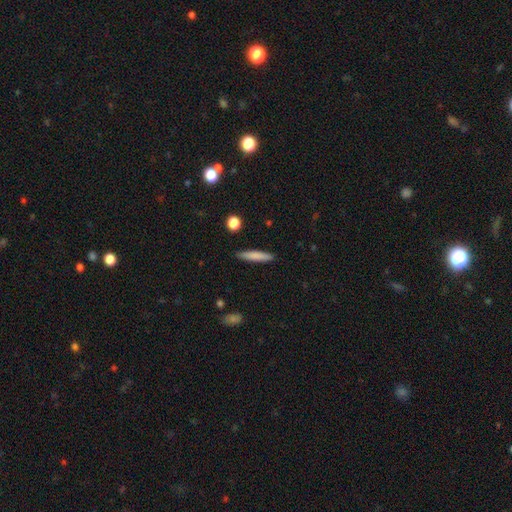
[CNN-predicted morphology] type=smooth (79%); roundness=cigar-shaped (91%); merging=none (89%).